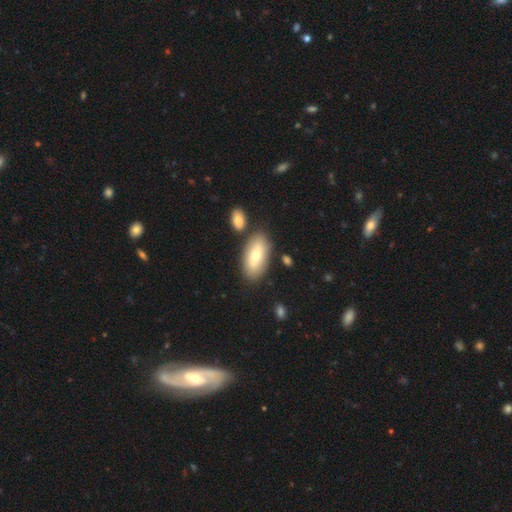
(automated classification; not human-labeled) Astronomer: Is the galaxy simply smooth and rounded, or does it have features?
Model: smooth — 69%.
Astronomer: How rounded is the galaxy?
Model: in between — 91%.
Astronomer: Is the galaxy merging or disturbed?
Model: none — 77%.